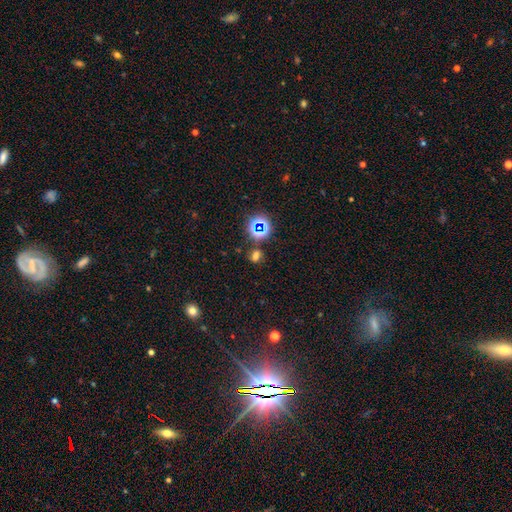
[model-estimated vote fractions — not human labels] Smooth or featured?
  - smooth: 55% *
  - star or artifact: 37%
  - featured or disk: 8%
How rounded?
  - round: 57% *
  - in between: 41%
  - cigar-shaped: 2%
Merging?
  - none: 72% *
  - minor disturbance: 13%
  - merger: 10%
  - major disturbance: 5%